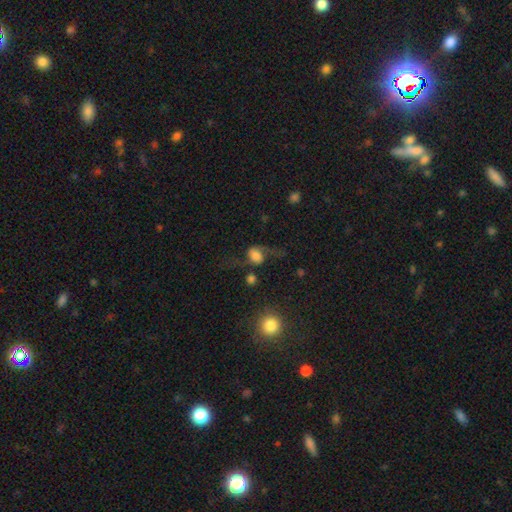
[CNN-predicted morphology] Smooth or featured: featured or disk — 49% (smooth — 39%)
Merging: none — 42% (major disturbance — 30%)